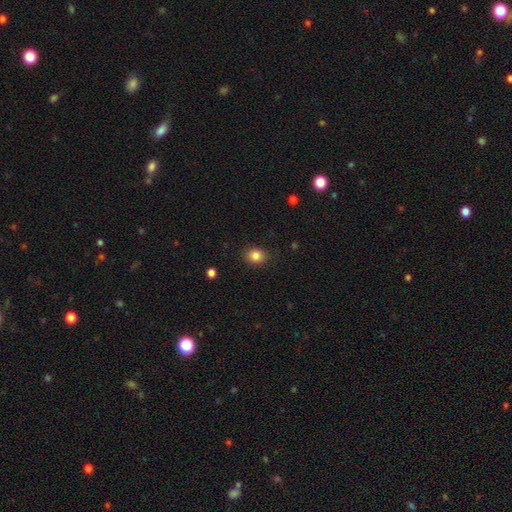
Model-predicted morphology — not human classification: Smooth or featured: smooth — 84% (star or artifact — 11%)
How rounded: round — 65% (in between — 34%)
Merging: none — 87% (minor disturbance — 9%)